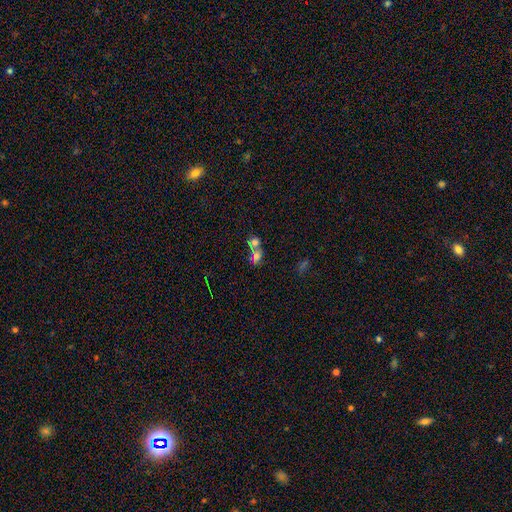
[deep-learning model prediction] smooth 65%, featured or disk 19%, star or artifact 16%. Down the decision tree: how rounded — in between (60%); merging — merger (66%).